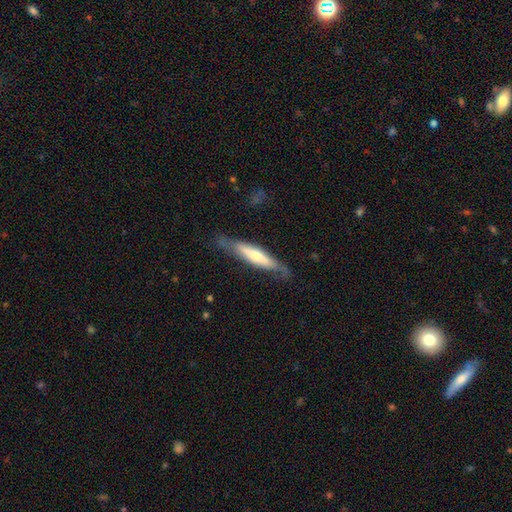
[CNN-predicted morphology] This appears to be a featured or disk galaxy (52%) viewed edge-on (74%). Merging: none (71%).